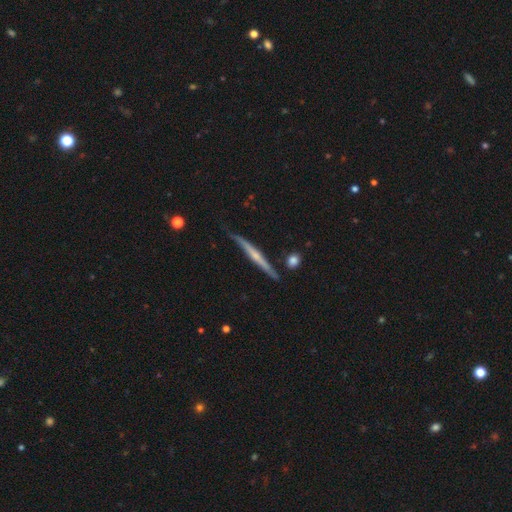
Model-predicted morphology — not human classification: Smooth or featured? featured or disk (68%)
Edge-on disk? yes (97%)
Edge-on bulge? rounded (52%)
Merging? none (80%)